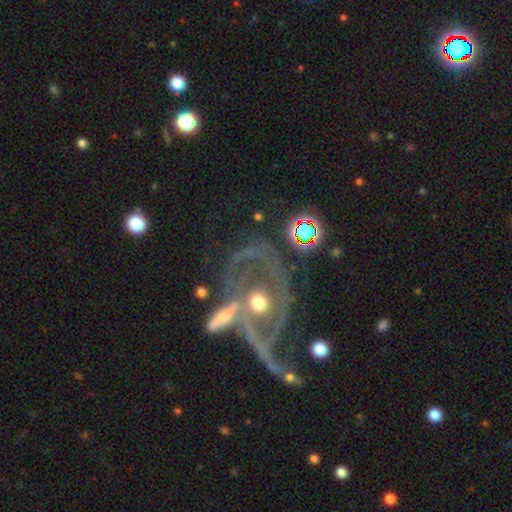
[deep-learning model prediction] Overall: featured or disk (86%). Edge-on disk: no (96%). Bar: no (55%; weak 29%). Spiral arms: yes (90%). Spiral arm count: 2 (60%). Spiral winding: medium (42%; loose 35%). Bulge size: moderate (49%; small 43%). Merging: merger (34%; none 27%).